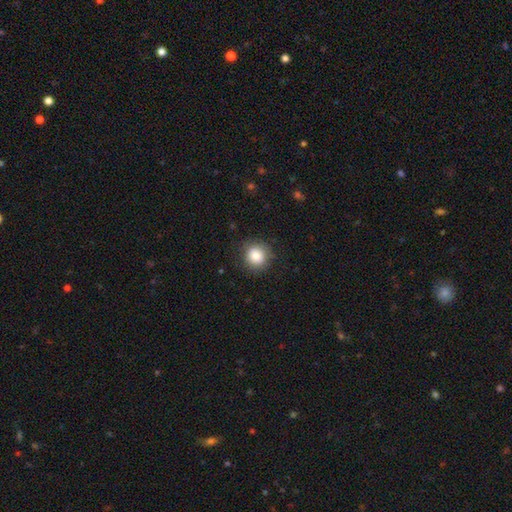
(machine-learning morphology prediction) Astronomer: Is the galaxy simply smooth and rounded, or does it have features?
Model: smooth — 84%.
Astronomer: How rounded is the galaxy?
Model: round — 91%.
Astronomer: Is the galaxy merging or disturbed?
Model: none — 86%.